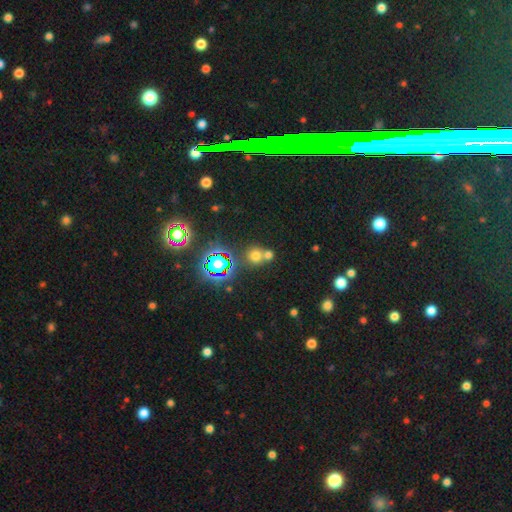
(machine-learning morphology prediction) Smooth or featured? Predicted: smooth (p=0.61). How rounded? Predicted: round (p=0.85). Merging? Predicted: none (p=0.49).